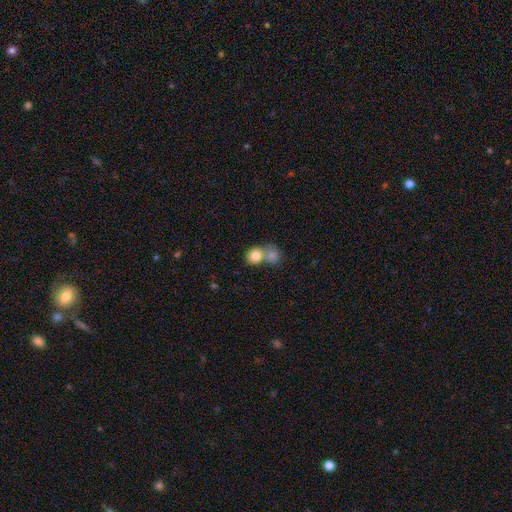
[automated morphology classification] A smooth galaxy with no disk features (81%) that is round (75%).

Vote fractions:
- Smooth or featured? smooth: 81% / featured or disk: 10% / star or artifact: 9%
- How rounded? round: 75% / in between: 24% / cigar-shaped: 1%
- Merging? merger: 55% / none: 34% / minor disturbance: 7% / major disturbance: 3%